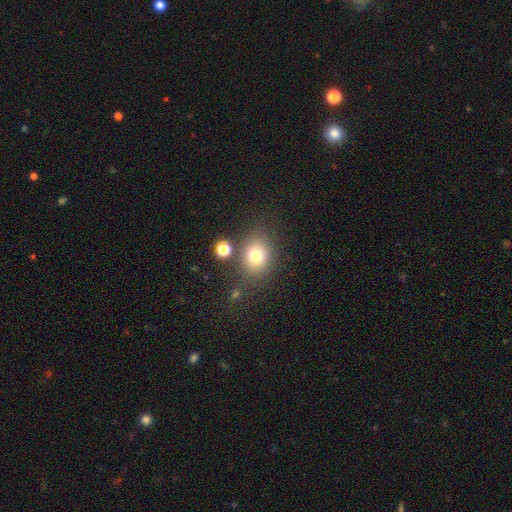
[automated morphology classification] Q: Smooth or featured?
A: smooth (76%); runner-up: star or artifact (14%)
Q: How rounded?
A: round (64%); runner-up: in between (35%)
Q: Merging?
A: none (76%); runner-up: minor disturbance (12%)